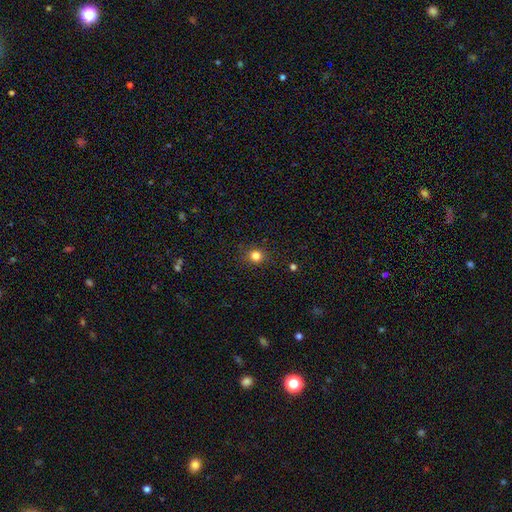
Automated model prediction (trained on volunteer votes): A smooth galaxy with no disk features (80%) that is round (87%). Merging: none (88%).